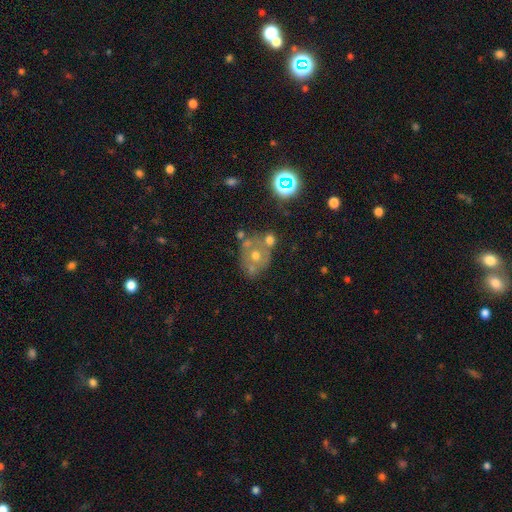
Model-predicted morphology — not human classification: Smooth or featured? Predicted: featured or disk (p=0.46). Merging? Predicted: none (p=0.47).